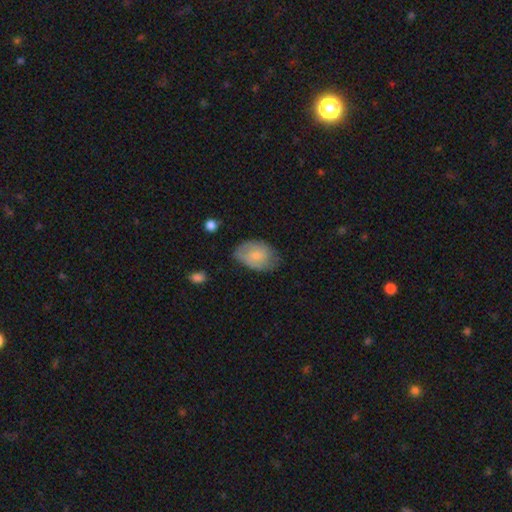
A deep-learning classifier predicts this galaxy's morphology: Smooth or featured? smooth (64%)
How rounded? in between (83%)
Merging? none (63%)